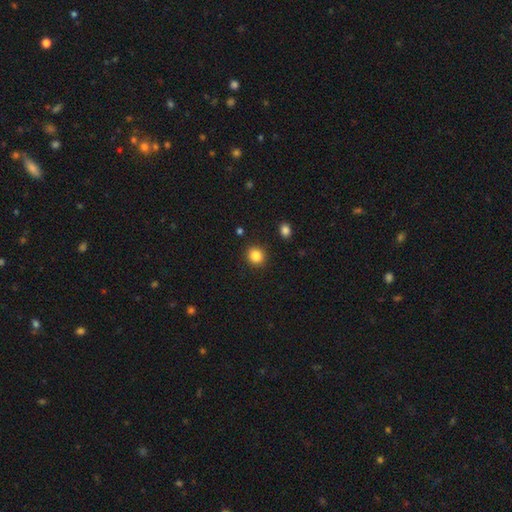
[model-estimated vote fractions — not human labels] Overall: smooth (85%). How rounded: round (85%). Merging: none (90%).